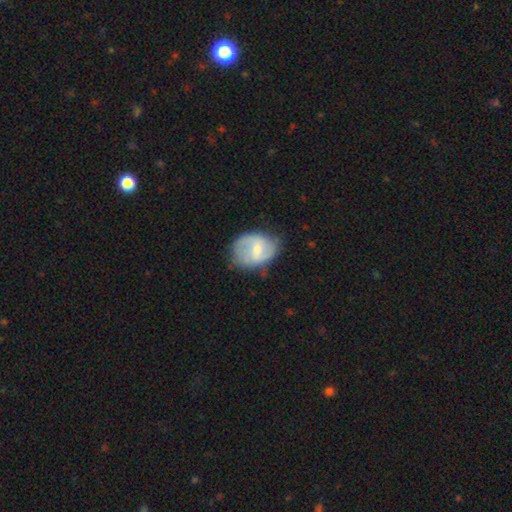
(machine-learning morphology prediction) smooth_or_featured: featured or disk (p=0.55) [alt: smooth p=0.39]
disk_edge_on: no (p=0.97) [alt: yes p=0.03]
bar: weak (p=0.58) [alt: no p=0.21]
has_spiral_arms: yes (p=0.70) [alt: no p=0.30]
bulge_size: moderate (p=0.45) [alt: small p=0.44]
merging: none (p=0.64) [alt: minor disturbance p=0.25]